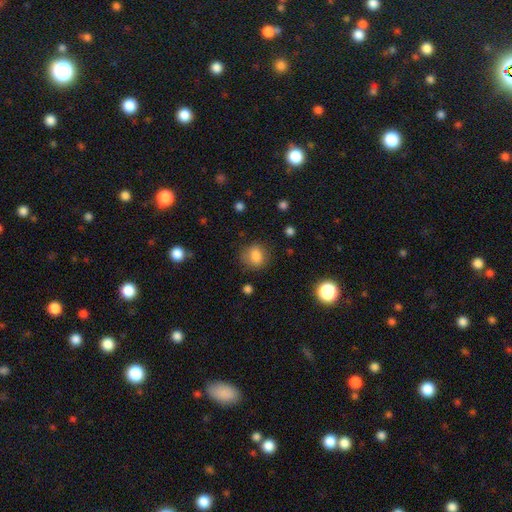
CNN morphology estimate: type=smooth (82%); roundness=round (62%); merging=none (73%).